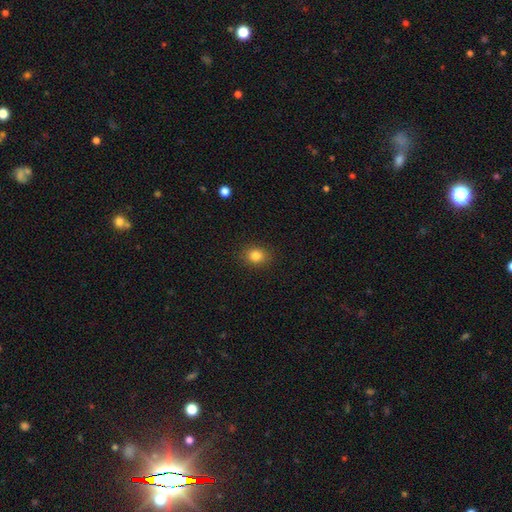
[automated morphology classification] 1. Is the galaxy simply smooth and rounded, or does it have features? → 84% smooth, 11% star or artifact, 5% featured or disk.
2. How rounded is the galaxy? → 54% round, 45% in between, 1% cigar-shaped.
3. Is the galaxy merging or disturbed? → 88% none, 9% minor disturbance, 3% major disturbance, 1% merger.